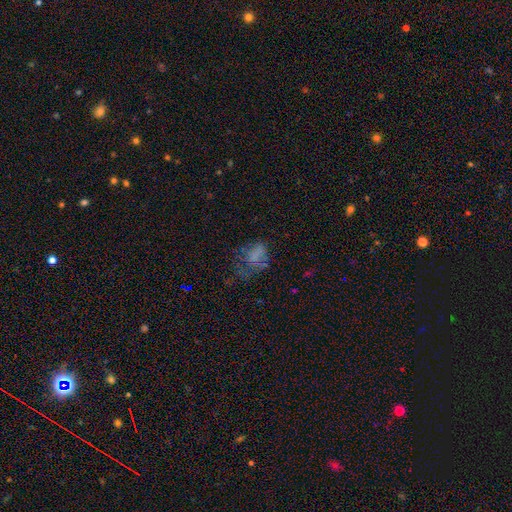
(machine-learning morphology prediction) smooth 53%, featured or disk 26%, star or artifact 21%. Down the decision tree: how rounded — in between (77%); merging — major disturbance (43%).